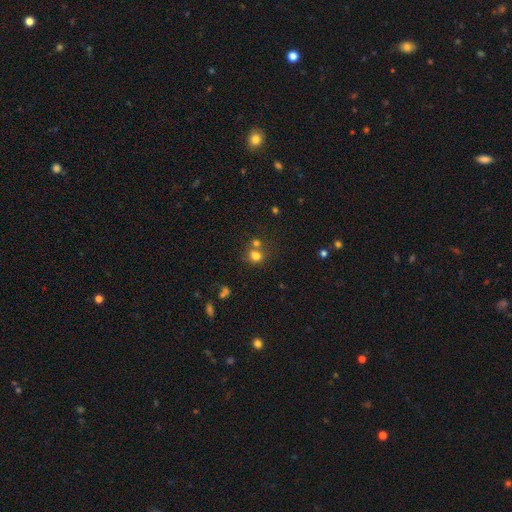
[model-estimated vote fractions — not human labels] A smooth galaxy with no disk features (74%) that is round (68%).

Vote fractions:
- Smooth or featured? smooth: 74% / star or artifact: 16% / featured or disk: 10%
- How rounded? round: 68% / in between: 31% / cigar-shaped: 1%
- Merging? none: 48% / merger: 37% / minor disturbance: 10% / major disturbance: 5%